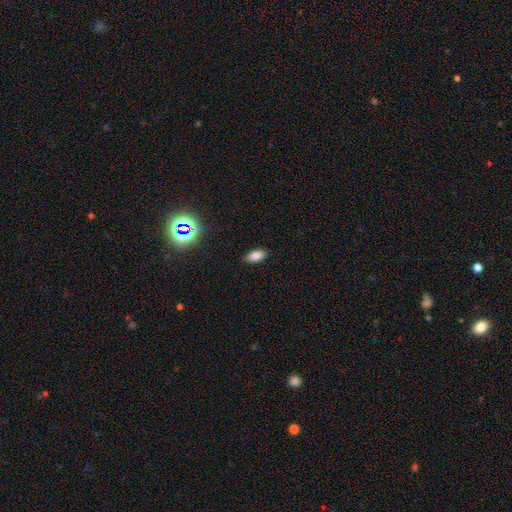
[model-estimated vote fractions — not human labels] Smooth or featured? Predicted: smooth (p=0.81). How rounded? Predicted: in between (p=0.91). Merging? Predicted: none (p=0.88).